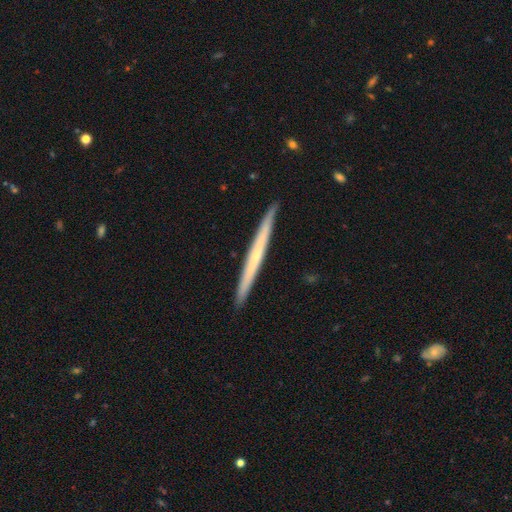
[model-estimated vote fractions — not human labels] Smooth or featured? featured or disk (54%)
Edge-on disk? yes (97%)
Edge-on bulge? none (77%)
Merging? none (92%)